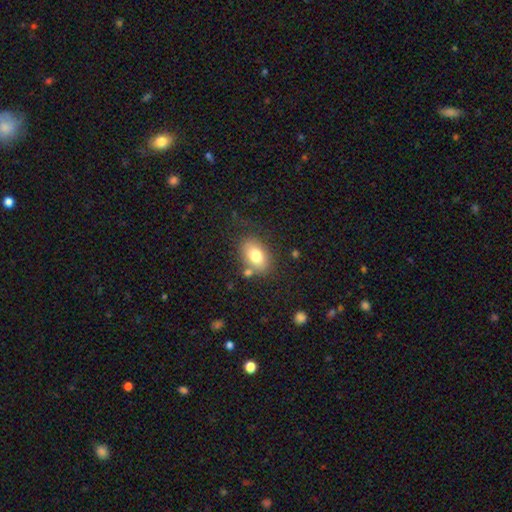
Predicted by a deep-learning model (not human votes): Smooth or featured? Predicted: smooth (p=0.77). How rounded? Predicted: in between (p=0.83). Merging? Predicted: none (p=0.71).